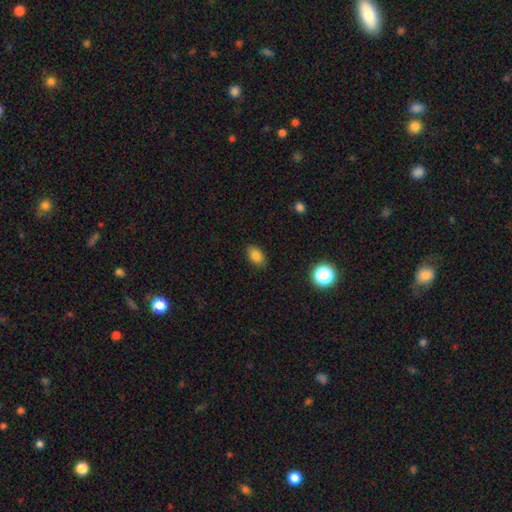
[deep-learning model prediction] Q: Smooth or featured?
A: smooth (83%); runner-up: star or artifact (11%)
Q: How rounded?
A: in between (86%); runner-up: round (13%)
Q: Merging?
A: none (85%); runner-up: minor disturbance (11%)